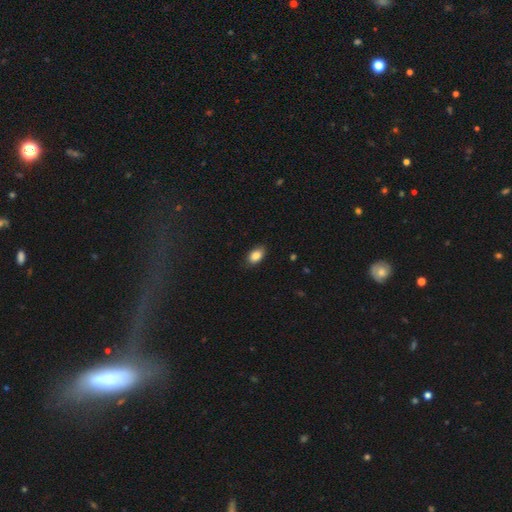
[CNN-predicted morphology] Smooth or featured: smooth — 87% (star or artifact — 8%)
How rounded: in between — 90% (round — 8%)
Merging: none — 84% (minor disturbance — 13%)